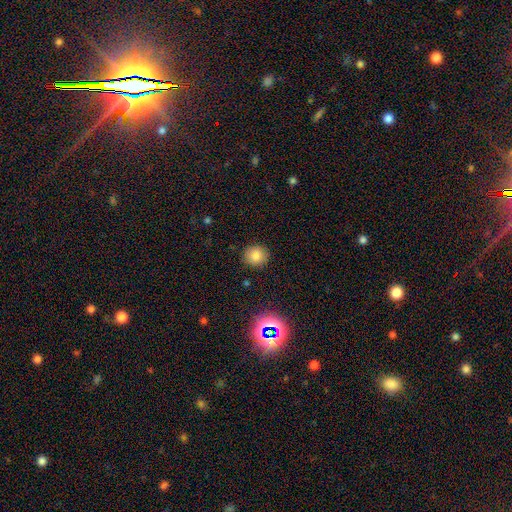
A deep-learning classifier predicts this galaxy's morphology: Q: Smooth or featured?
A: smooth (80%); runner-up: star or artifact (14%)
Q: How rounded?
A: round (87%); runner-up: in between (12%)
Q: Merging?
A: none (89%); runner-up: minor disturbance (8%)